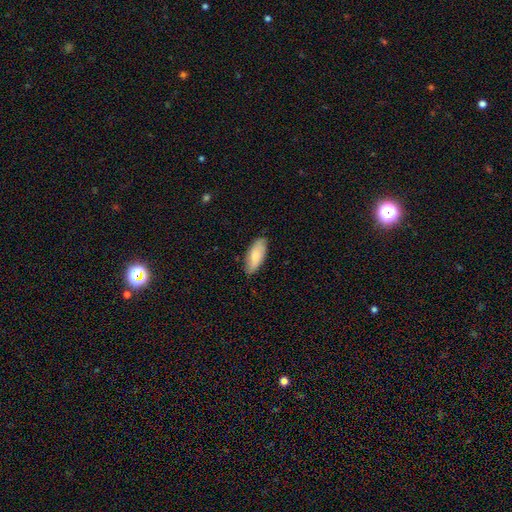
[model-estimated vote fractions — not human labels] smooth-or-featured: smooth: 77% | featured or disk: 17% | star or artifact: 6%
  how-rounded: in between: 81% | cigar-shaped: 17% | round: 2%
  merging: none: 81% | minor disturbance: 16% | major disturbance: 2% | merger: 1%